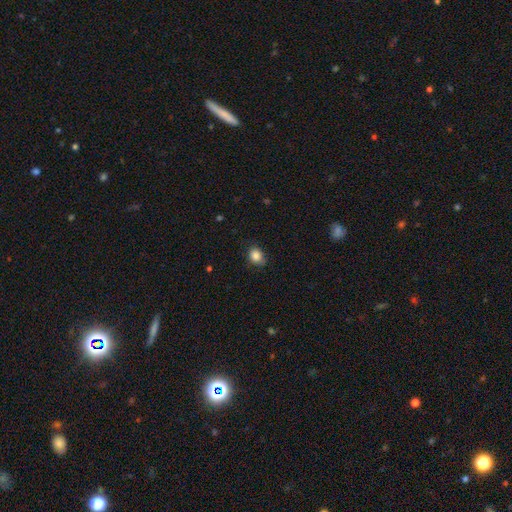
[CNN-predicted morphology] smooth_or_featured: smooth (p=0.86) [alt: star or artifact p=0.09]
how_rounded: round (p=0.53) [alt: in between p=0.46]
merging: none (p=0.78) [alt: minor disturbance p=0.18]